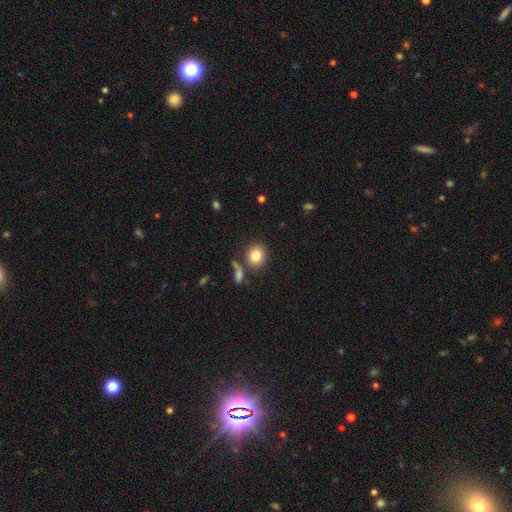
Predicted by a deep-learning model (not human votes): smooth-or-featured: smooth: 81% | star or artifact: 10% | featured or disk: 9%
  how-rounded: round: 76% | in between: 23% | cigar-shaped: 1%
  merging: none: 75% | minor disturbance: 10% | merger: 10% | major disturbance: 4%